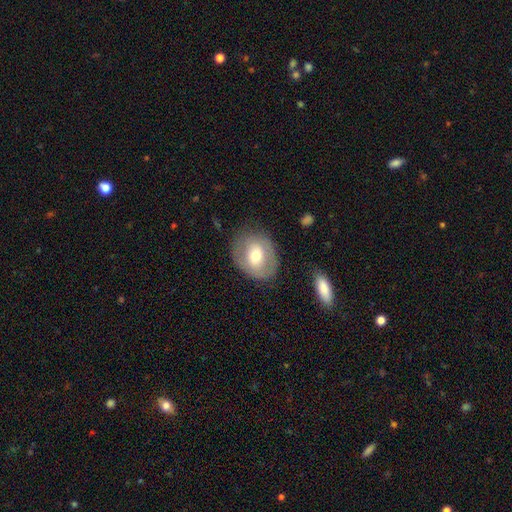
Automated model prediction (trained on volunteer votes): This is possibly a smooth galaxy (54%). How rounded: possibly in between (54%). Merging: likely none (75%).